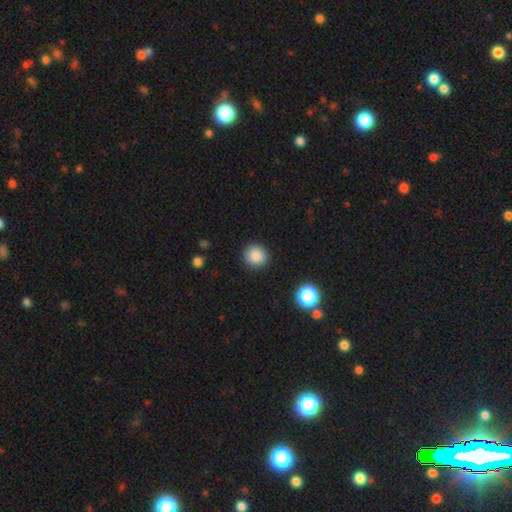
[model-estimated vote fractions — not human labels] This appears to be a smooth galaxy with no disk features (87%) that is round (93%). Merging: none (90%).